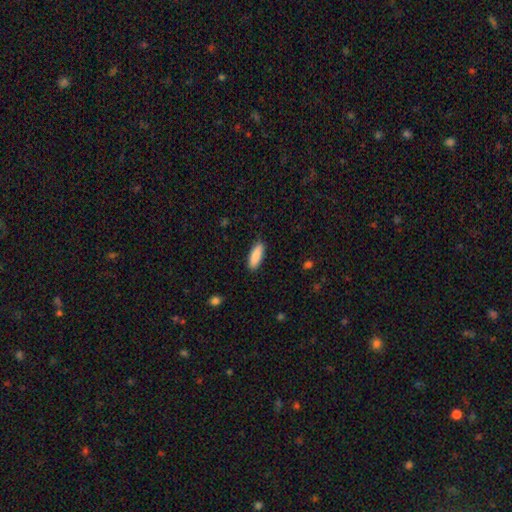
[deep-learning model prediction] Overall: smooth (89%). How rounded: in between (58%; cigar-shaped 40%). Merging: none (88%).